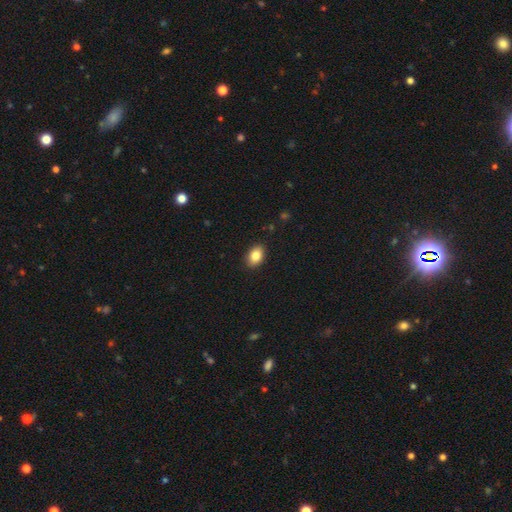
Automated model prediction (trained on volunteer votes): Q: Smooth or featured?
A: smooth (85%); runner-up: star or artifact (8%)
Q: How rounded?
A: in between (83%); runner-up: round (16%)
Q: Merging?
A: none (89%); runner-up: minor disturbance (8%)